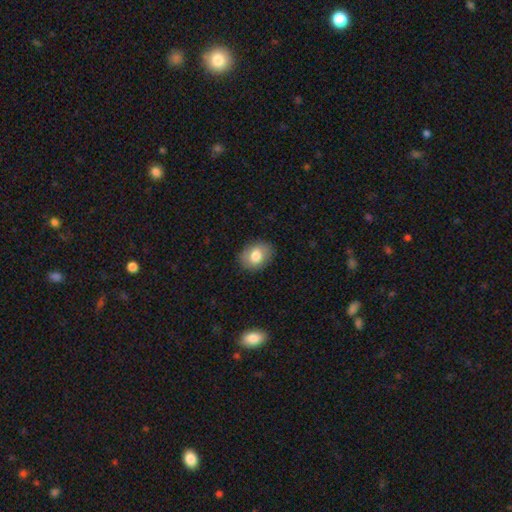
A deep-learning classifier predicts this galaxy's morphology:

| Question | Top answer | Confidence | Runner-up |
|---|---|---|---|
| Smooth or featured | smooth | 78% | featured or disk (14%) |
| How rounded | in between | 66% | round (33%) |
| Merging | none | 85% | minor disturbance (11%) |